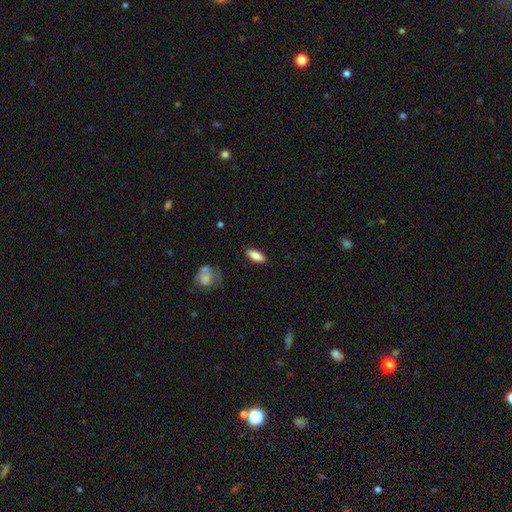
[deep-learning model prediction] Morphology: type=smooth (80%); roundness=in between (74%); merging=none (87%).